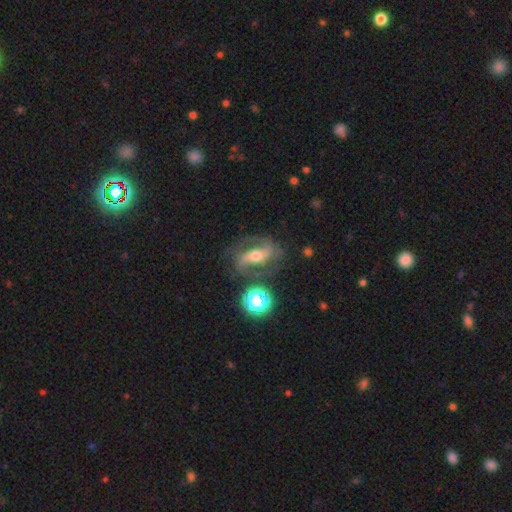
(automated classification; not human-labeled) Smooth or featured? Predicted: featured or disk (p=0.83). Edge-on disk? Predicted: no (p=0.93). Bar? Predicted: strong (p=0.52). Spiral arms? Predicted: yes (p=0.94). Spiral winding? Predicted: medium (p=0.48). Spiral arm count? Predicted: 2 (p=0.88). Bulge size? Predicted: moderate (p=0.60). Merging? Predicted: none (p=0.72).